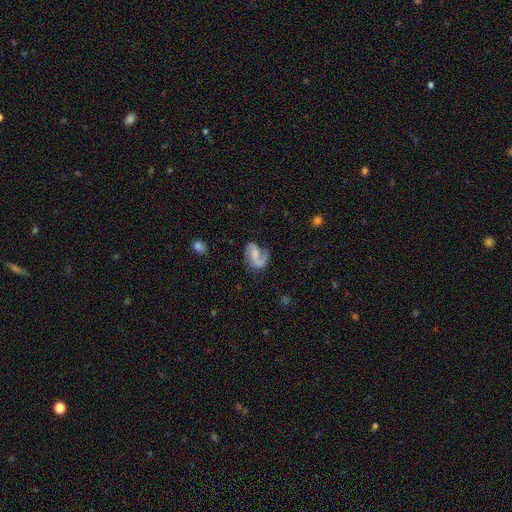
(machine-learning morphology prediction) Q: Smooth or featured?
A: featured or disk (76%); runner-up: smooth (18%)
Q: Edge-on disk?
A: no (98%); runner-up: yes (2%)
Q: Bar?
A: weak (43%); runner-up: no (42%)
Q: Spiral arms?
A: yes (94%); runner-up: no (6%)
Q: Spiral winding?
A: loose (45%); runner-up: medium (41%)
Q: Spiral arm count?
A: 2 (64%); runner-up: 1 (31%)
Q: Bulge size?
A: small (36%); runner-up: none (29%)
Q: Merging?
A: none (57%); runner-up: minor disturbance (22%)